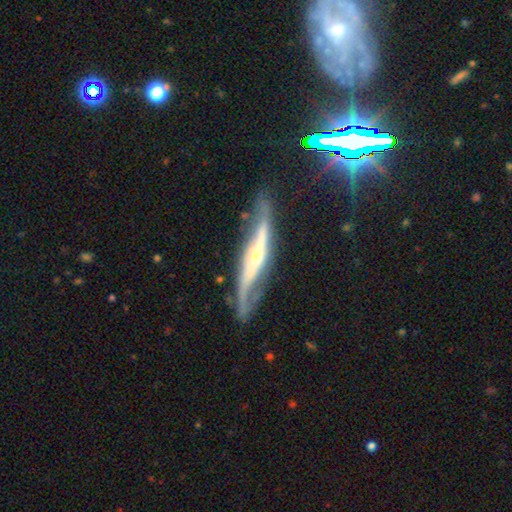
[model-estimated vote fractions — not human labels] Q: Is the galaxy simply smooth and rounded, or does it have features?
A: featured or disk — 82%.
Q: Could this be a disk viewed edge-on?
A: yes — 54%.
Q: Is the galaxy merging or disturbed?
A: none — 67%.